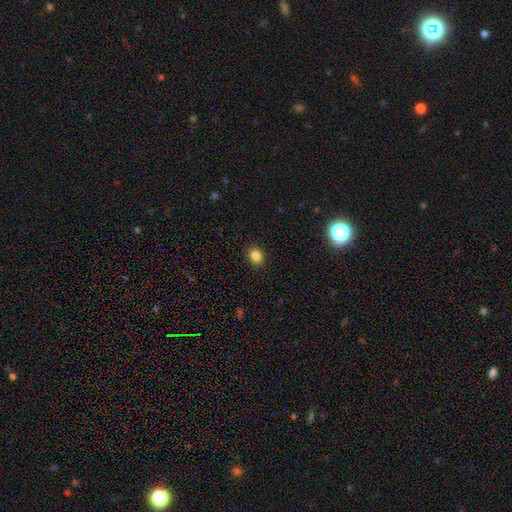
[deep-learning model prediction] smooth_or_featured: smooth (p=0.83) [alt: star or artifact p=0.12]
how_rounded: round (p=0.61) [alt: in between p=0.38]
merging: none (p=0.90) [alt: minor disturbance p=0.07]